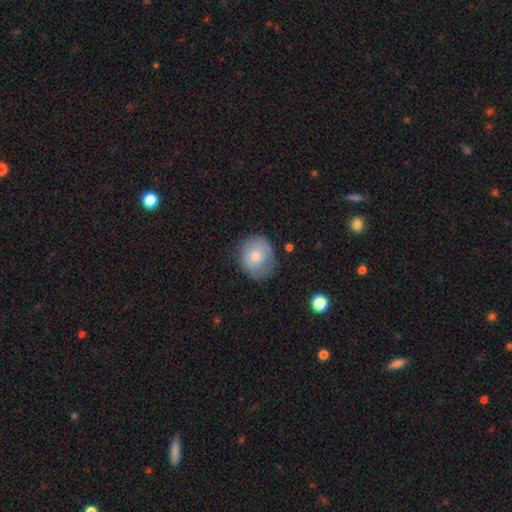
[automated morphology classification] Smooth or featured? smooth (67%)
How rounded? round (74%)
Merging? none (68%)